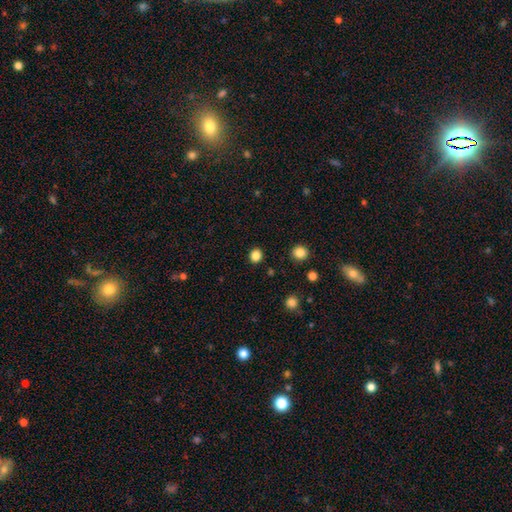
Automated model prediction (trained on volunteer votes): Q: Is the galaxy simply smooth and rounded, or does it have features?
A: smooth — 84%.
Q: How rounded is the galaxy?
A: round — 80%.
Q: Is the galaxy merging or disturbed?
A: none — 91%.